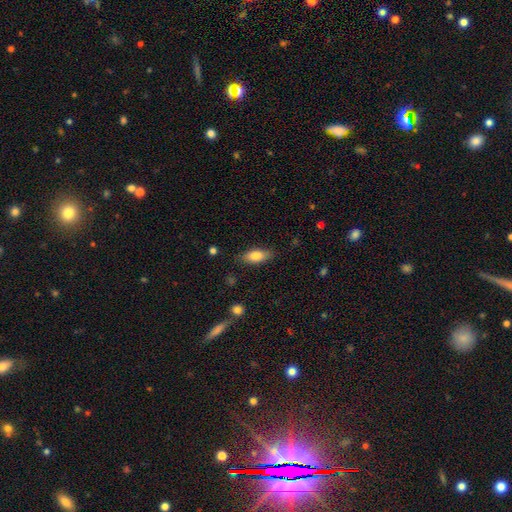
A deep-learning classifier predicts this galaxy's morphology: smooth 80%, featured or disk 13%, star or artifact 7%. Down the decision tree: how rounded — in between (82%); merging — none (82%).